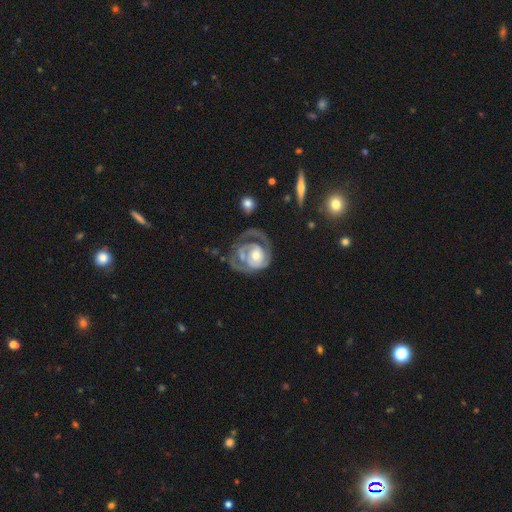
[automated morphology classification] Q: Smooth or featured?
A: featured or disk (81%); runner-up: smooth (14%)
Q: Edge-on disk?
A: no (98%); runner-up: yes (2%)
Q: Bar?
A: no (71%); runner-up: weak (24%)
Q: Spiral arms?
A: yes (85%); runner-up: no (15%)
Q: Spiral winding?
A: tight (54%); runner-up: medium (32%)
Q: Spiral arm count?
A: 2 (37%); runner-up: 1 (28%)
Q: Bulge size?
A: moderate (57%); runner-up: small (25%)
Q: Merging?
A: major disturbance (37%); tied with: none (37%)